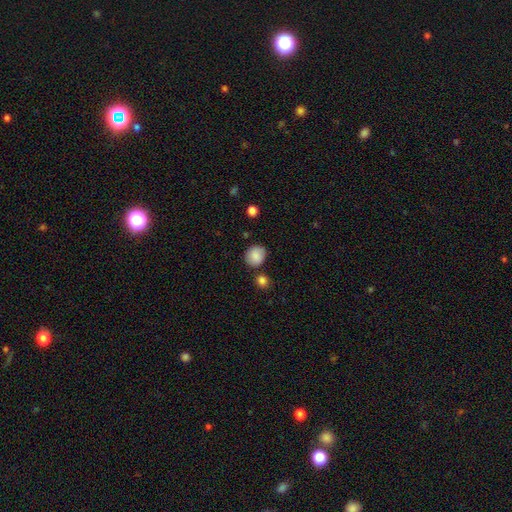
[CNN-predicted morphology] type=smooth (86%); roundness=round (77%); merging=none (76%).